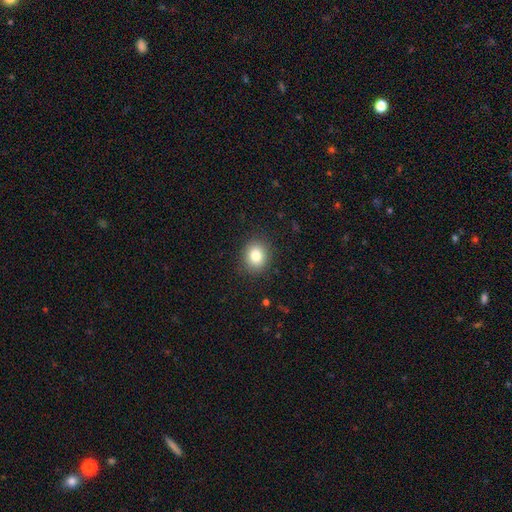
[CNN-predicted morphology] Smooth or featured? Predicted: smooth (p=0.81). How rounded? Predicted: round (p=0.74). Merging? Predicted: none (p=0.89).